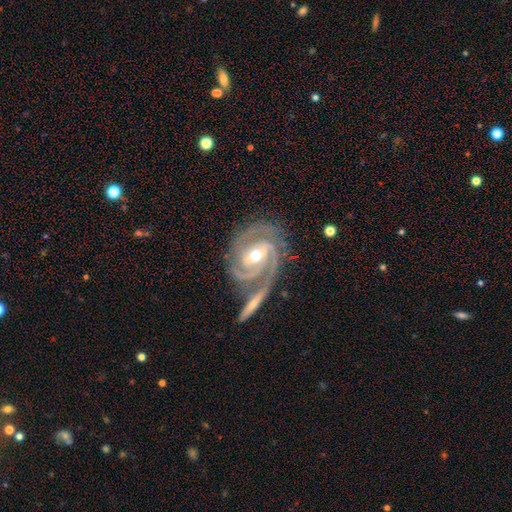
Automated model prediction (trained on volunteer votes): The model was most divided on "spiral arm count": 2: 44%, 3: 40%, 4: 6%, can't tell: 5%, 1: 3%, more than 4: 3%. Remaining: spiral arms — yes (99%); edge-on disk — no (97%); smooth or featured — featured or disk (93%); bulge size — moderate (60%); merging — none (60%); spiral winding — tight (58%); bar — strong (42%).